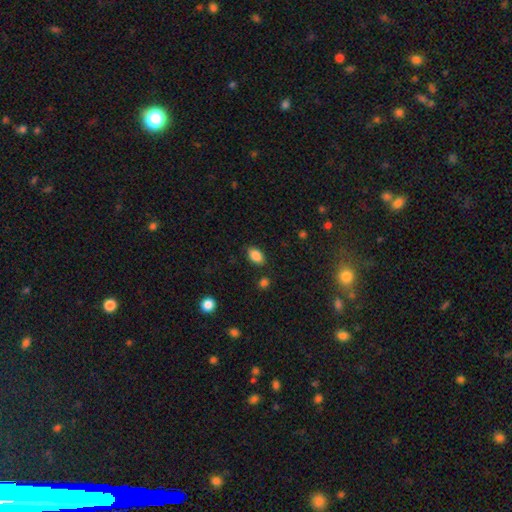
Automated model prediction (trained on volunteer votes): smooth 86%, star or artifact 9%, featured or disk 5%. Down the decision tree: how rounded — in between (89%); merging — none (83%).